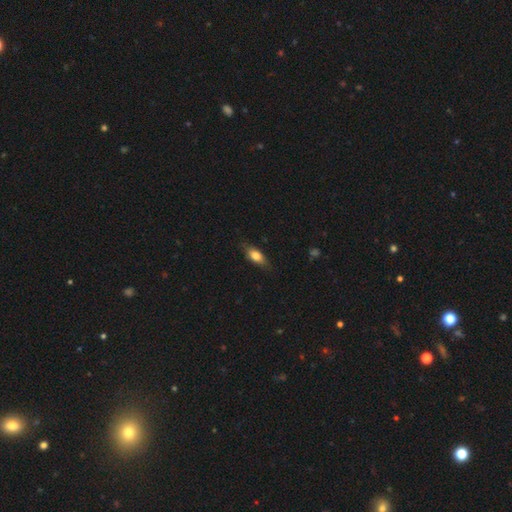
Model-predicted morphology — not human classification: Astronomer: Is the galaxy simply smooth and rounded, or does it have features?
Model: smooth — 75%.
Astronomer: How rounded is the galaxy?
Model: in between — 77%.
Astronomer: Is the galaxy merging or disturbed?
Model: none — 78%.